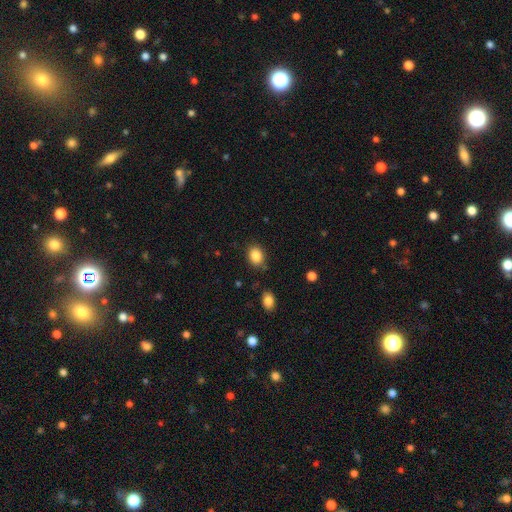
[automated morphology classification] smooth_or_featured: smooth (p=0.86) [alt: star or artifact p=0.09]
how_rounded: in between (p=0.59) [alt: round p=0.40]
merging: none (p=0.80) [alt: minor disturbance p=0.13]